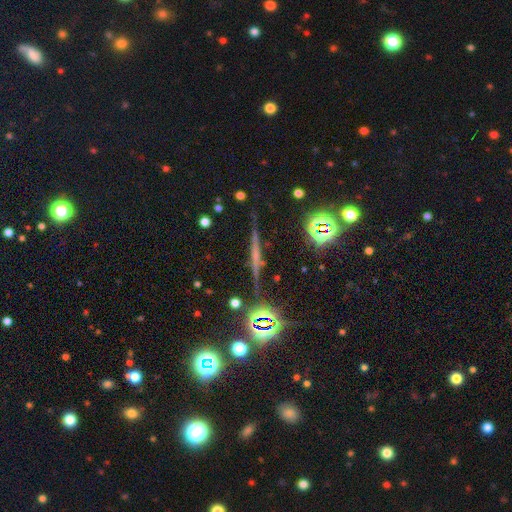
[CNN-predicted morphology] featured or disk 49%, star or artifact 27%, smooth 25%. Down the decision tree: merging — none (84%).